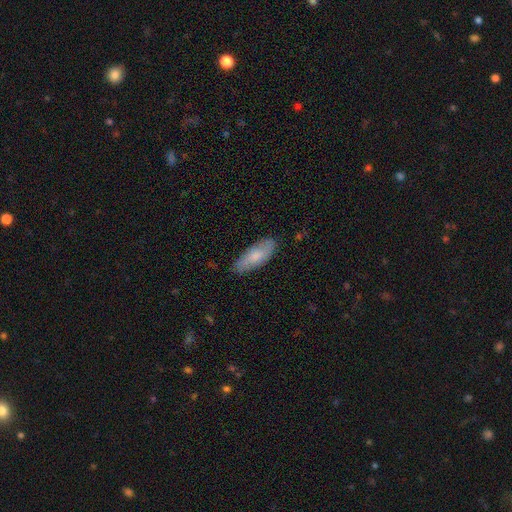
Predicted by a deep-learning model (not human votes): Smooth or featured?
  - smooth: 72% *
  - featured or disk: 22%
  - star or artifact: 6%
How rounded?
  - in between: 68% *
  - cigar-shaped: 30%
  - round: 2%
Merging?
  - none: 80% *
  - minor disturbance: 16%
  - major disturbance: 3%
  - merger: 1%